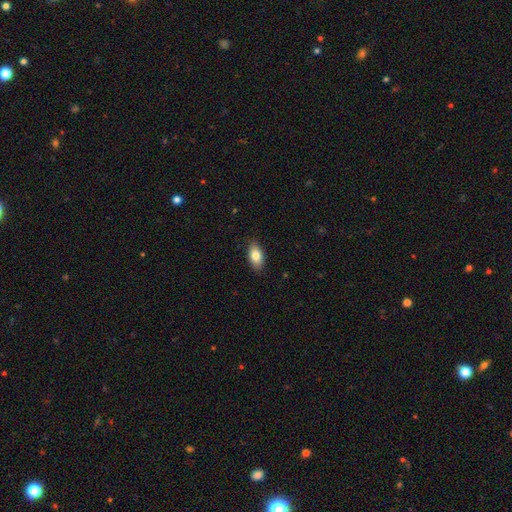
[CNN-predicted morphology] Smooth or featured?
  - smooth: 81% *
  - featured or disk: 12%
  - star or artifact: 7%
How rounded?
  - in between: 90% *
  - round: 5%
  - cigar-shaped: 5%
Merging?
  - none: 87% *
  - minor disturbance: 10%
  - major disturbance: 2%
  - merger: 1%